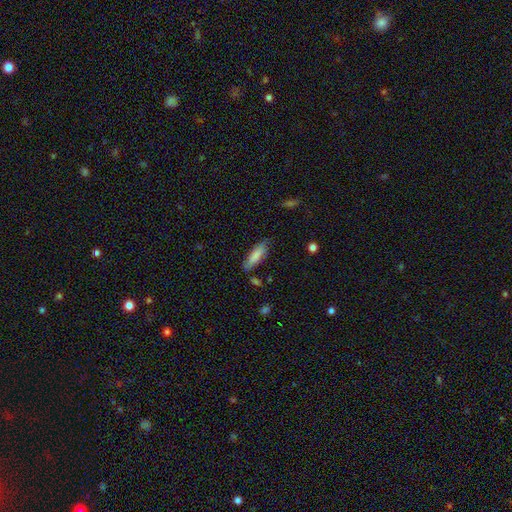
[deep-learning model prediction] Smooth or featured?
  - smooth: 82% *
  - featured or disk: 12%
  - star or artifact: 6%
How rounded?
  - cigar-shaped: 53% *
  - in between: 45%
  - round: 1%
Merging?
  - none: 77% *
  - minor disturbance: 17%
  - major disturbance: 3%
  - merger: 3%